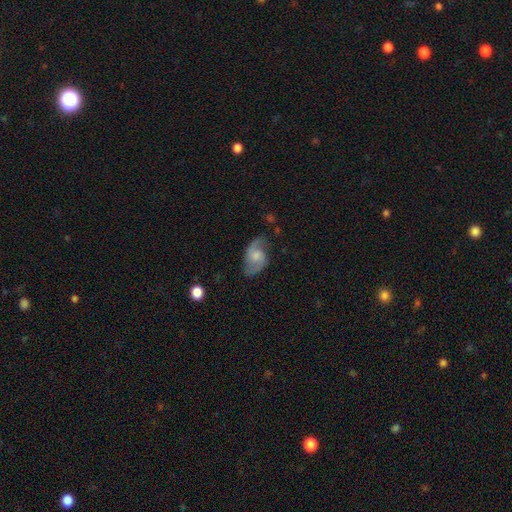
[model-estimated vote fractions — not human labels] This is likely a featured or disk galaxy (75%). It is clearly not viewed edge-on (97%). Bar: possibly no (55%). Spiral arm pattern: clearly yes (94%). Spiral arm count: clearly 2 (88%). Spiral winding: marginally medium (45%). Central bulge: marginally moderate (38%). Merging: likely none (66%).